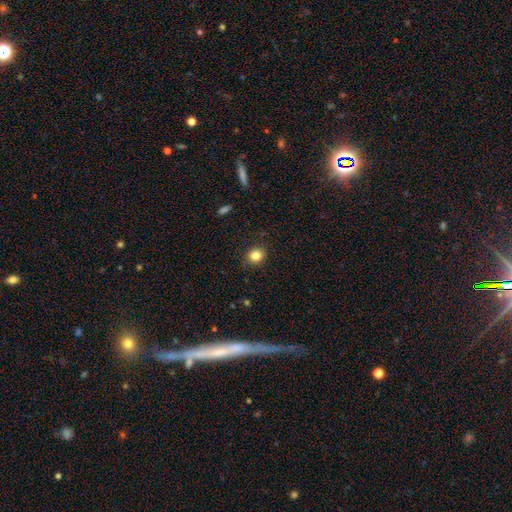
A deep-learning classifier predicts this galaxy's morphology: This appears to be a smooth galaxy with no disk features (83%) that is round (76%). Merging: none (86%).